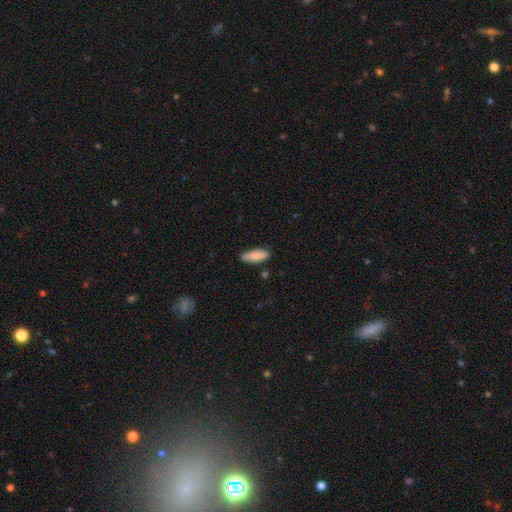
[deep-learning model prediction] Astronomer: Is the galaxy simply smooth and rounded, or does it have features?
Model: smooth — 84%.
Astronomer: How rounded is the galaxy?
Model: in between — 65%.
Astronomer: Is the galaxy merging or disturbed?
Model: none — 84%.